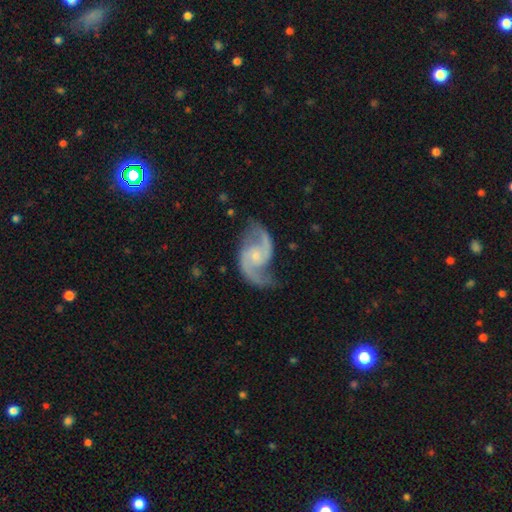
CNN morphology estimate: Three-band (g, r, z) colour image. It shows a featured or disk galaxy (92%) with no bar (56%), 2 (93%) medium (55%) spiral arms (98%) and a small central bulge (61%). Merging: none (73%).